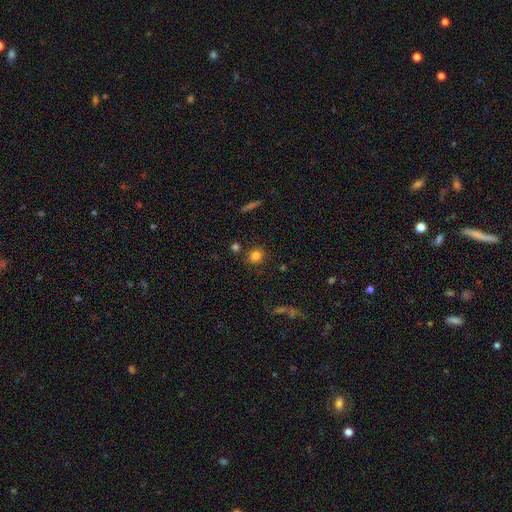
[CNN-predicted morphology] Smooth or featured? Predicted: smooth (p=0.80). How rounded? Predicted: round (p=0.70). Merging? Predicted: none (p=0.80).